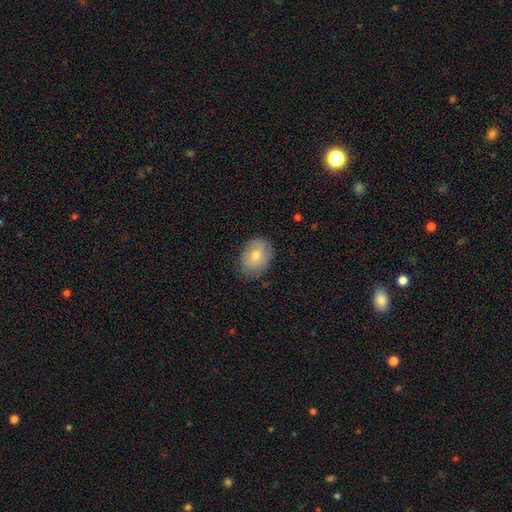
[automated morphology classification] The model was most divided on "how rounded": in between: 67%, round: 32%, cigar-shaped: 1%. More confident: merging — none (78%); smooth or featured — smooth (66%).